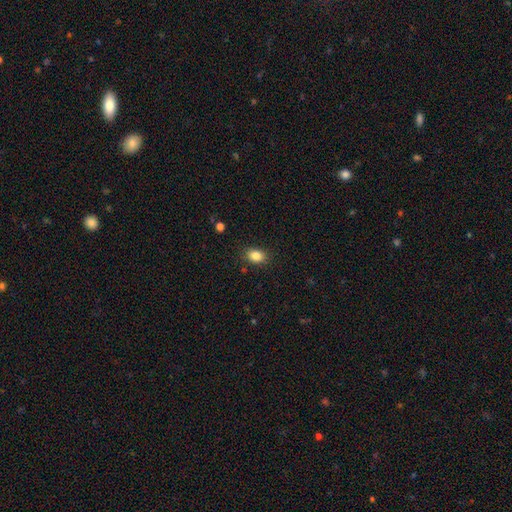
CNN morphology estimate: This appears to be a smooth galaxy with no disk features (85%) that is in between round and cigar-shaped (72%). Merging: none (85%).